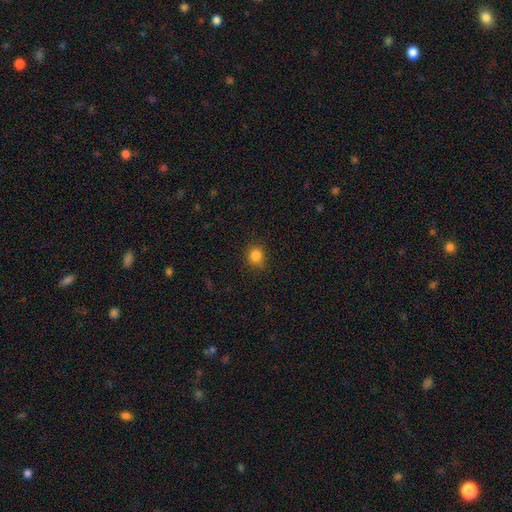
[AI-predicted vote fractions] Q: Smooth or featured?
A: smooth (83%); runner-up: star or artifact (12%)
Q: How rounded?
A: round (84%); runner-up: in between (15%)
Q: Merging?
A: none (84%); runner-up: minor disturbance (12%)